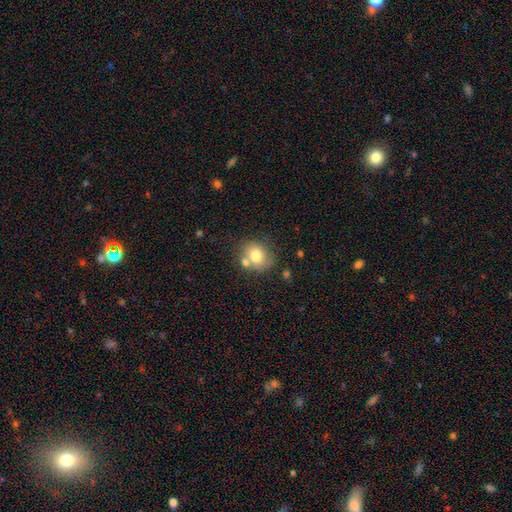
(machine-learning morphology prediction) A smooth galaxy with no disk features (74%) that is round (64%). Merging: none (56%).